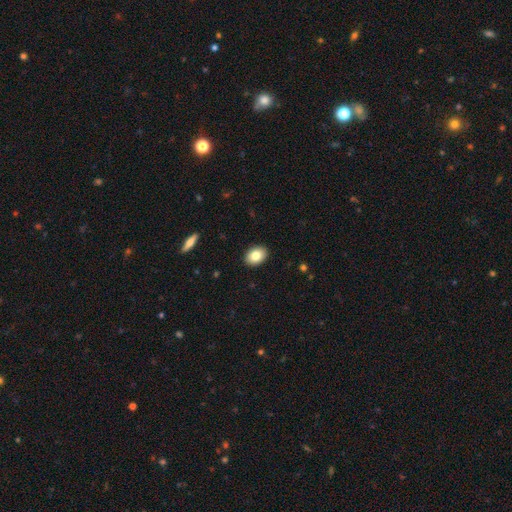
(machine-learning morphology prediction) Smooth or featured? Predicted: smooth (p=0.84). How rounded? Predicted: in between (p=0.78). Merging? Predicted: none (p=0.91).